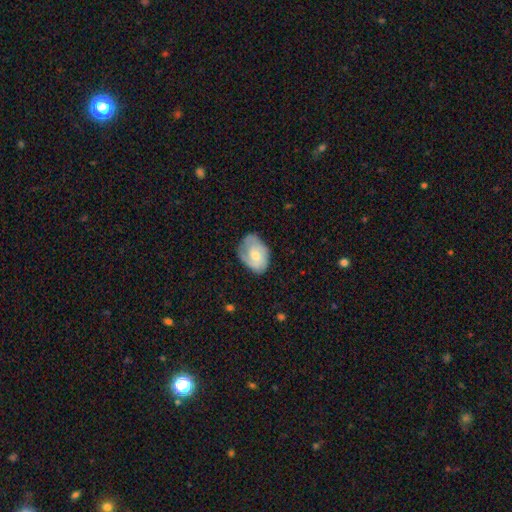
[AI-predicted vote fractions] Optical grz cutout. It shows a featured or disk galaxy (51%). Merging: none (58%).